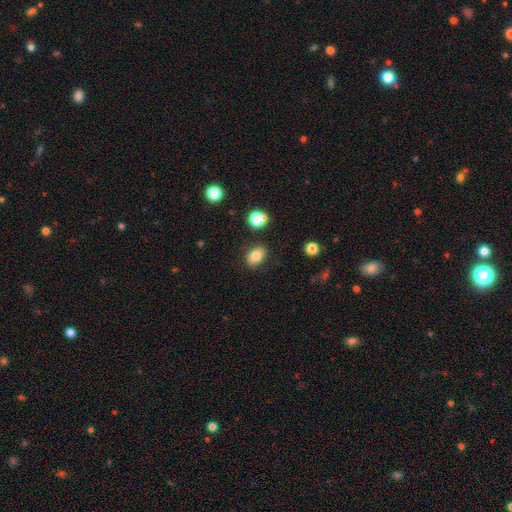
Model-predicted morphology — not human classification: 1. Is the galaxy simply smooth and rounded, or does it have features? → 79% smooth, 11% star or artifact, 10% featured or disk.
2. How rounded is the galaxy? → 73% in between, 26% round, 1% cigar-shaped.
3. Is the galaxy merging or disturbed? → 84% none, 10% minor disturbance, 3% merger, 3% major disturbance.